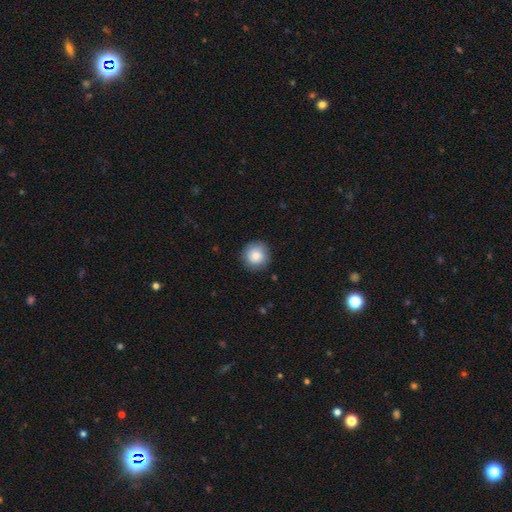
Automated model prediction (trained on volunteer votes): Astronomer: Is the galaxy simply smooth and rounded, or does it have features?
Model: smooth — 84%.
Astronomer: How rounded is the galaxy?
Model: round — 94%.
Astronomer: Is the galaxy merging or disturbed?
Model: none — 87%.